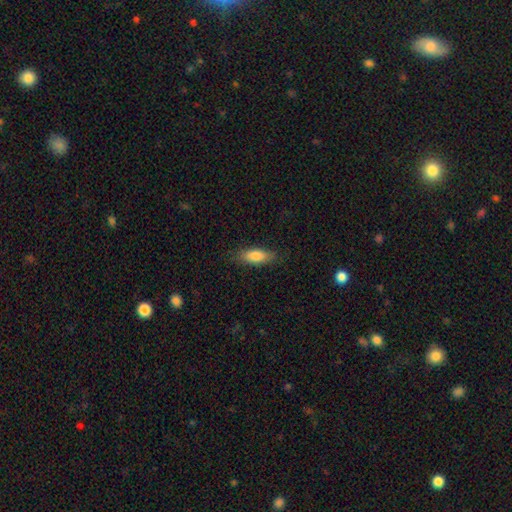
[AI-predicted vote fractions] Q: Smooth or featured?
A: smooth (80%); runner-up: featured or disk (13%)
Q: How rounded?
A: in between (65%); runner-up: cigar-shaped (33%)
Q: Merging?
A: none (83%); runner-up: minor disturbance (13%)